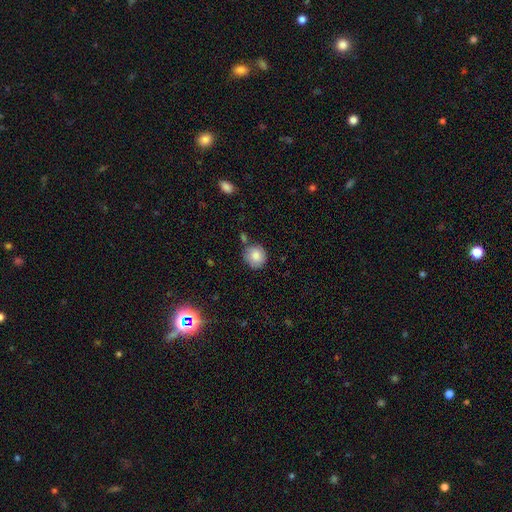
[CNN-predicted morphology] The model was most divided on "merging": none: 74%, minor disturbance: 15%, merger: 8%, major disturbance: 3%. More confident: how rounded — round (89%); smooth or featured — smooth (84%).